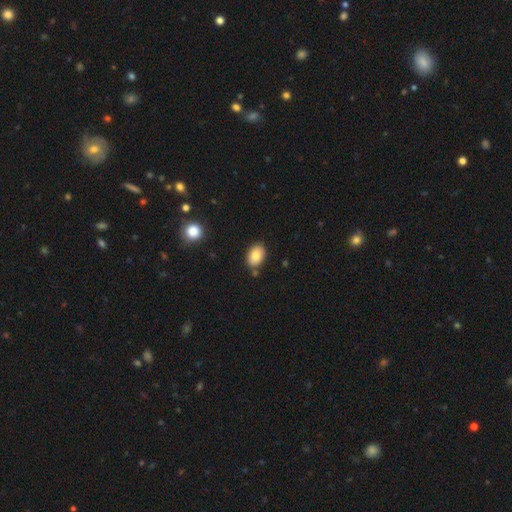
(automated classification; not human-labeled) Smooth or featured?
  - smooth: 85% *
  - star or artifact: 8%
  - featured or disk: 7%
How rounded?
  - in between: 85% *
  - round: 14%
  - cigar-shaped: 1%
Merging?
  - none: 80% *
  - minor disturbance: 13%
  - merger: 5%
  - major disturbance: 3%